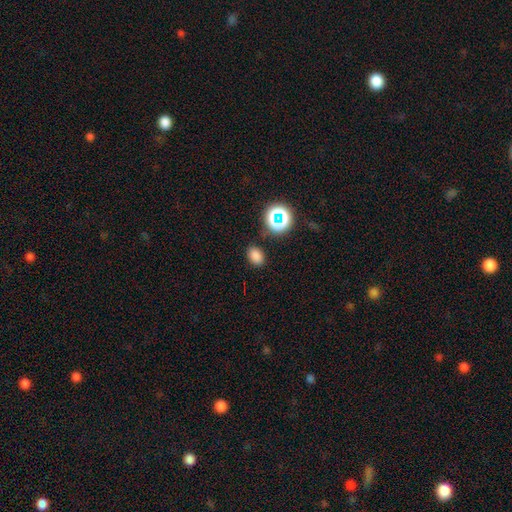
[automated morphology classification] Overall: smooth (78%). How rounded: in between (72%). Merging: none (84%).